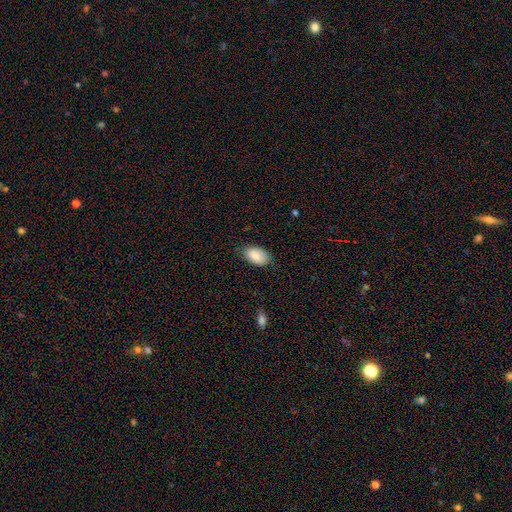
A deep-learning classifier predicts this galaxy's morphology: Smooth or featured: smooth — 87% (star or artifact — 7%)
How rounded: in between — 93% (round — 5%)
Merging: none — 78% (minor disturbance — 18%)